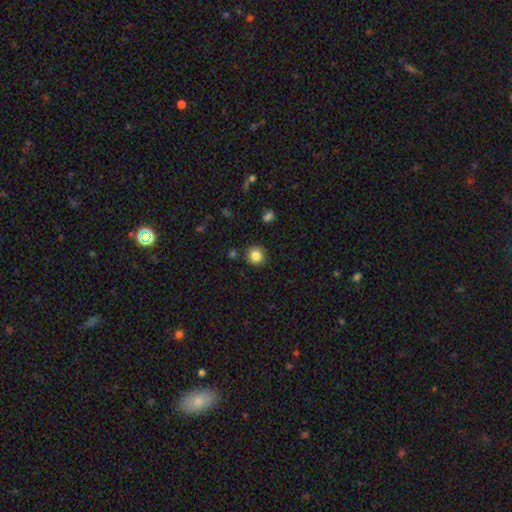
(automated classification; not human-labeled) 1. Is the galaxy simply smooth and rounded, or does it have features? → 83% smooth, 11% star or artifact, 6% featured or disk.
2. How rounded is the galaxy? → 91% round, 8% in between, 1% cigar-shaped.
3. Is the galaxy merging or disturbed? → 89% none, 7% minor disturbance, 2% merger, 2% major disturbance.